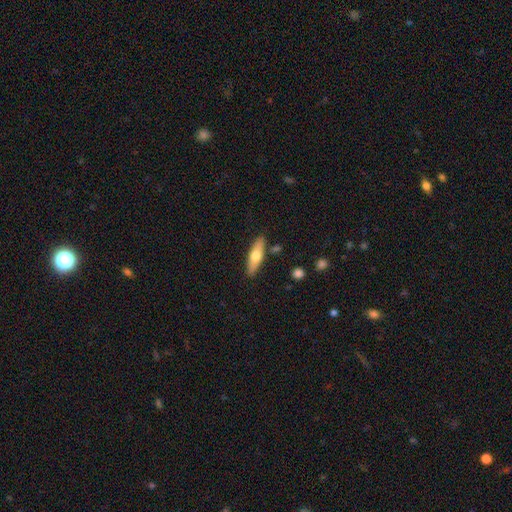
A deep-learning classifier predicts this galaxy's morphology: Smooth or featured? Predicted: smooth (p=0.56). How rounded? Predicted: cigar-shaped (p=0.58). Merging? Predicted: none (p=0.85).